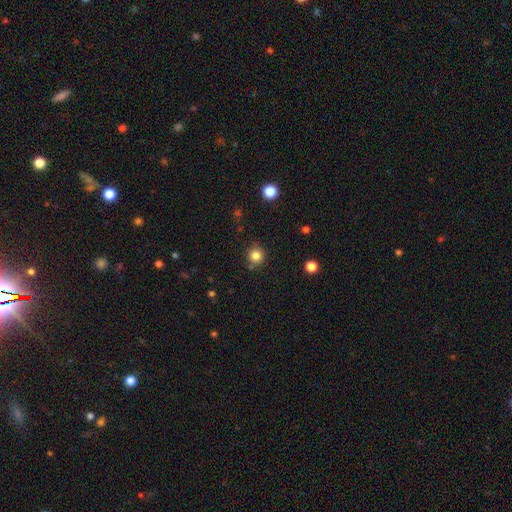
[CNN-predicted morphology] This appears to be a smooth galaxy with no disk features (83%) that is round (92%). Merging: none (80%).